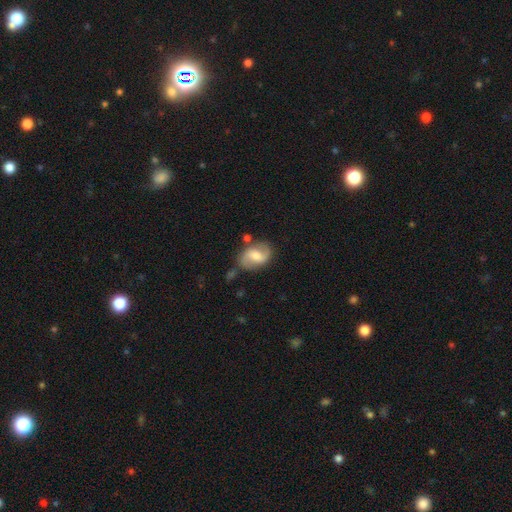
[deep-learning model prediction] Morphology: type=featured or disk (64%); edge-on=no (97%); bar=weak (49%); spiral arms=yes (89%); winding=loose (43%); arm count=2 (89%); bulge=moderate (57%); merging=none (68%).